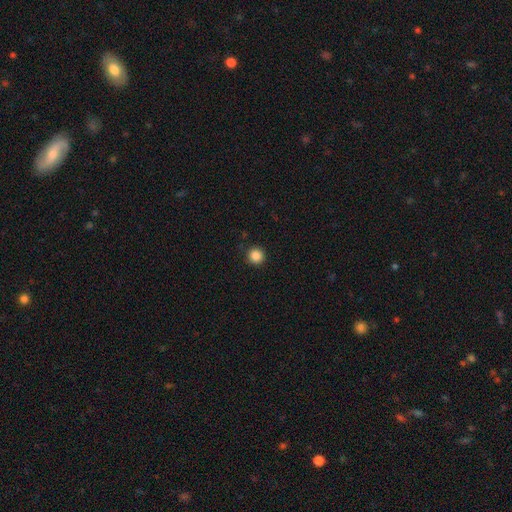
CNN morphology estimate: Smooth or featured?
  - smooth: 86% *
  - star or artifact: 11%
  - featured or disk: 3%
How rounded?
  - round: 95% *
  - in between: 4%
  - cigar-shaped: 1%
Merging?
  - none: 93% *
  - minor disturbance: 5%
  - major disturbance: 2%
  - merger: 1%